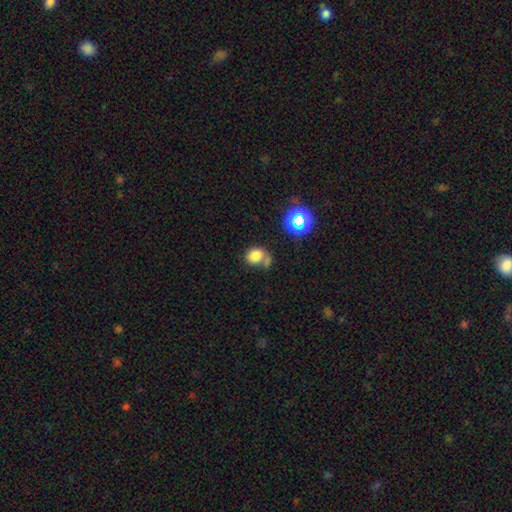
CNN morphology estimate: A smooth galaxy with no disk features (78%) that is round (54%).

Vote fractions:
- Smooth or featured? smooth: 78% / star or artifact: 13% / featured or disk: 9%
- How rounded? round: 54% / in between: 45% / cigar-shaped: 1%
- Merging? none: 42% / merger: 30% / minor disturbance: 17% / major disturbance: 11%